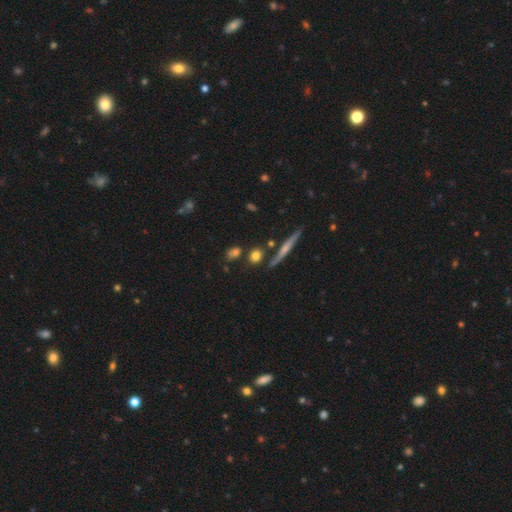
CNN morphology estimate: Smooth or featured: smooth — 75% (featured or disk — 14%)
How rounded: round — 61% (in between — 27%)
Merging: none — 73% (minor disturbance — 12%)